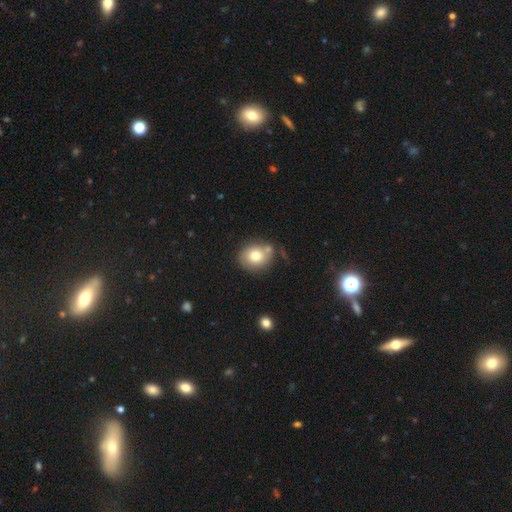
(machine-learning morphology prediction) Smooth or featured: smooth — 74% (featured or disk — 17%)
How rounded: round — 73% (in between — 26%)
Merging: none — 58% (merger — 18%)